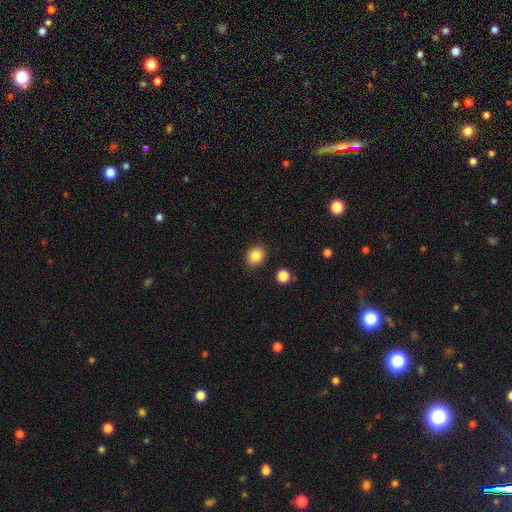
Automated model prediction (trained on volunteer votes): Q: Smooth or featured?
A: smooth (86%); runner-up: star or artifact (10%)
Q: How rounded?
A: round (65%); runner-up: in between (34%)
Q: Merging?
A: none (88%); runner-up: minor disturbance (8%)